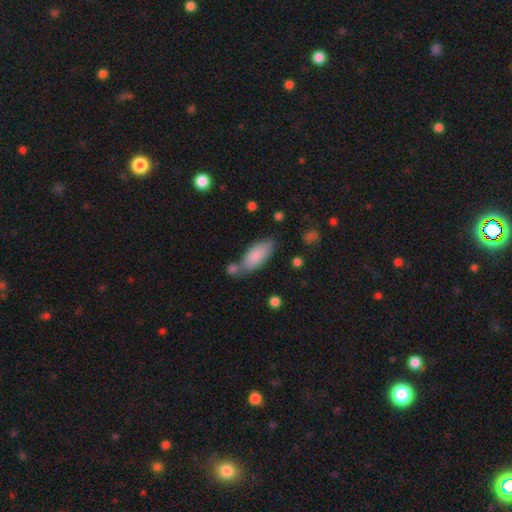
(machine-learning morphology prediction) smooth-or-featured: smooth: 84% | featured or disk: 9% | star or artifact: 6%
  how-rounded: in between: 80% | cigar-shaped: 18% | round: 2%
  merging: none: 56% | merger: 20% | minor disturbance: 19% | major disturbance: 6%